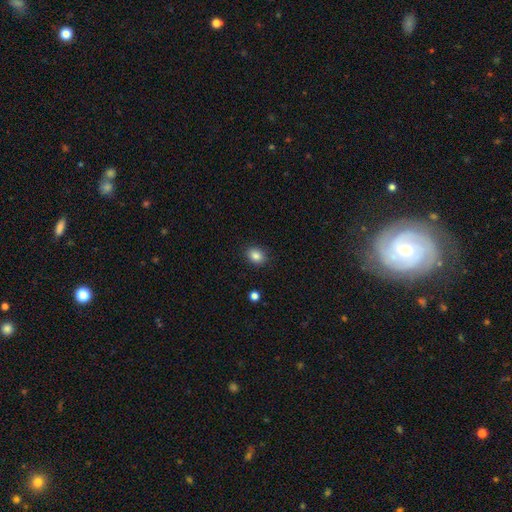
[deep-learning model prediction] Smooth or featured?
  - smooth: 86% *
  - star or artifact: 10%
  - featured or disk: 5%
How rounded?
  - in between: 62% *
  - round: 37%
  - cigar-shaped: 1%
Merging?
  - none: 88% *
  - minor disturbance: 8%
  - major disturbance: 2%
  - merger: 1%